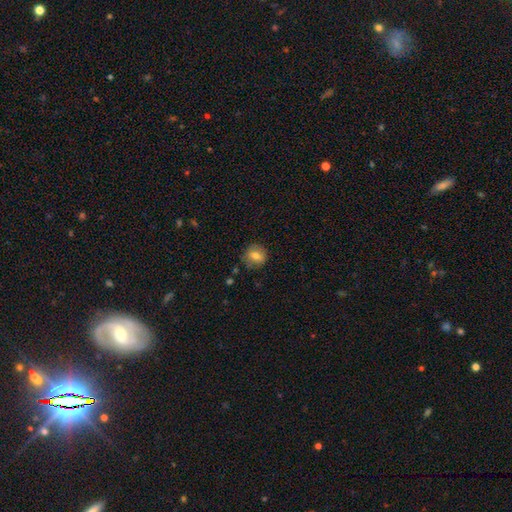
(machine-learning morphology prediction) The model was most divided on "smooth or featured": smooth: 70%, featured or disk: 20%, star or artifact: 10%. More confident: how rounded — round (83%); merging — none (79%).